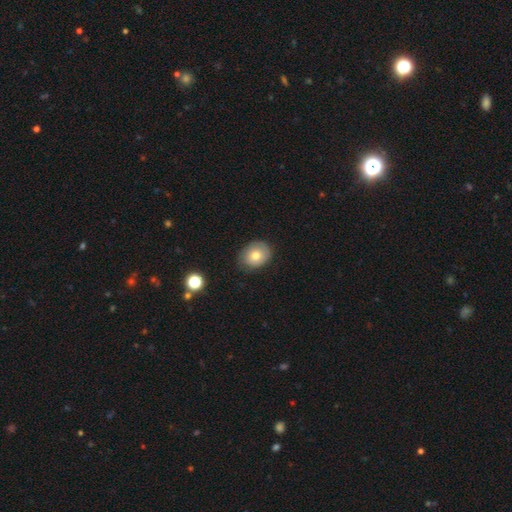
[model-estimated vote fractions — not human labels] Smooth or featured? smooth (73%)
How rounded? in between (56%)
Merging? none (77%)